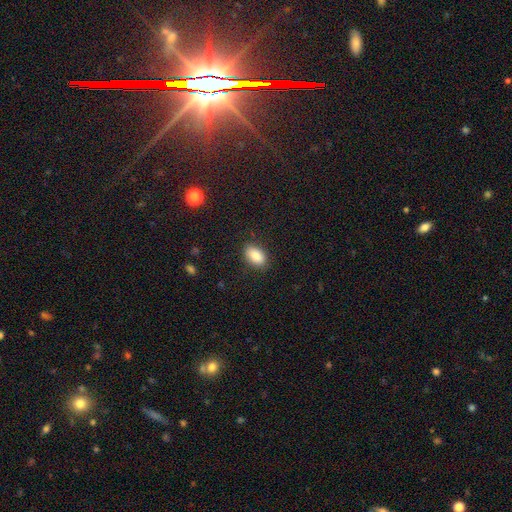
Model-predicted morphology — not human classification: Smooth or featured?
  - smooth: 87% *
  - star or artifact: 8%
  - featured or disk: 5%
How rounded?
  - in between: 91% *
  - round: 7%
  - cigar-shaped: 2%
Merging?
  - none: 85% *
  - minor disturbance: 11%
  - major disturbance: 3%
  - merger: 1%